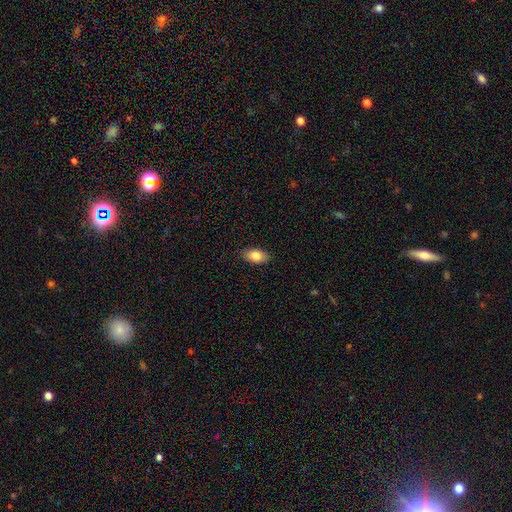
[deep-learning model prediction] smooth_or_featured: smooth (p=0.84) [alt: featured or disk p=0.09]
how_rounded: in between (p=0.93) [alt: round p=0.05]
merging: none (p=0.88) [alt: minor disturbance p=0.09]